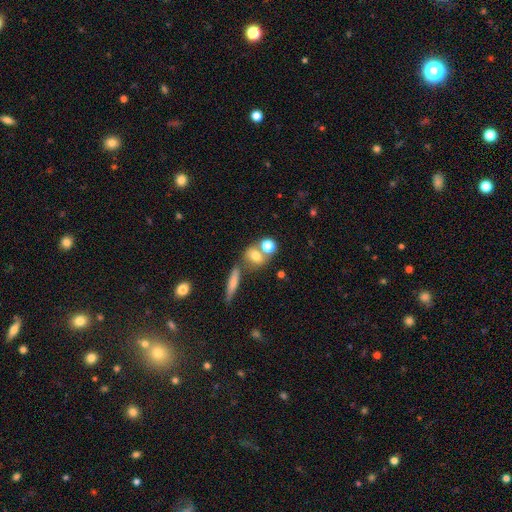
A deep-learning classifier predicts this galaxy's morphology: smooth 71%, featured or disk 18%, star or artifact 12%. Down the decision tree: how rounded — round (51%); merging — none (47%).